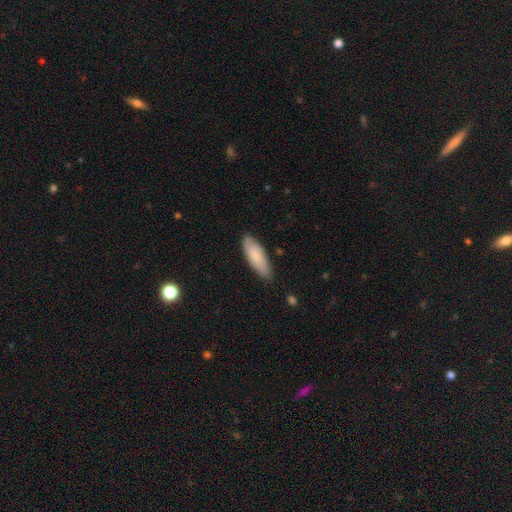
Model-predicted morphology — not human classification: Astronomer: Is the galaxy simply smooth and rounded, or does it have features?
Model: smooth — 78%.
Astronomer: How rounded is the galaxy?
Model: in between — 61% (runner-up: cigar-shaped, 37%).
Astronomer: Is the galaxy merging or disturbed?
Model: none — 82%.